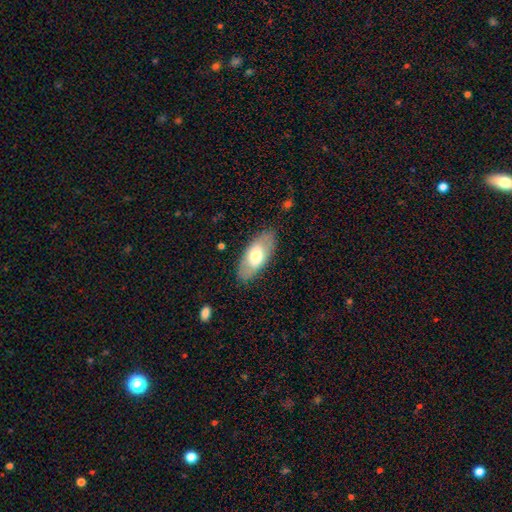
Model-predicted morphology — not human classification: A smooth galaxy with no disk features (62%) that is in between round and cigar-shaped (89%). Merging: none (85%).